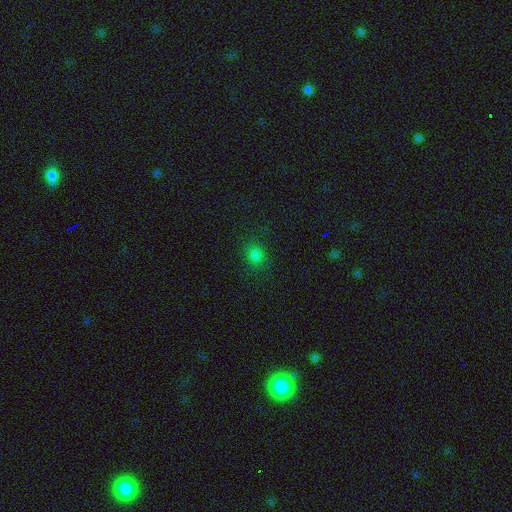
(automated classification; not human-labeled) smooth_or_featured: smooth (p=0.79) [alt: star or artifact p=0.16]
how_rounded: round (p=0.73) [alt: in between p=0.26]
merging: none (p=0.83) [alt: minor disturbance p=0.12]